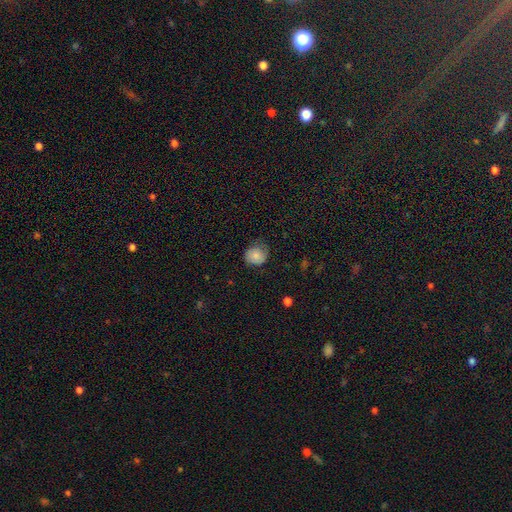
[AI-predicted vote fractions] This is likely a smooth galaxy (78%). How rounded: likely round (77%). Merging: likely none (60%).